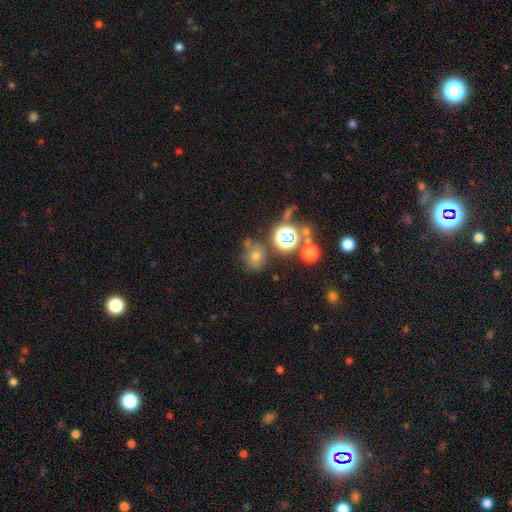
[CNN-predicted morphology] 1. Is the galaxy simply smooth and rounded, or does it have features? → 46% smooth, 36% star or artifact, 17% featured or disk.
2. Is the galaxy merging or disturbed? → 65% none, 16% minor disturbance, 11% merger, 8% major disturbance.